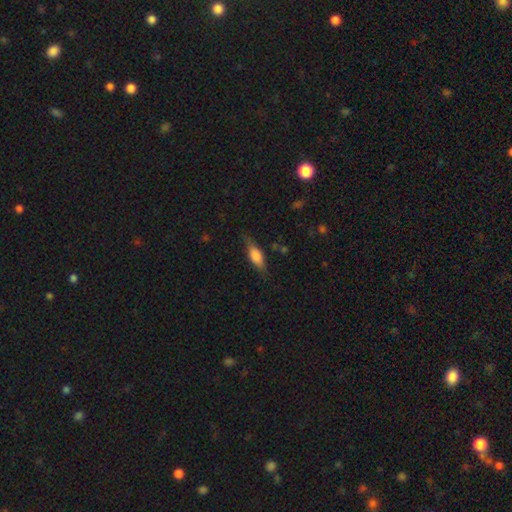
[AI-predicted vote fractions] This appears to be a smooth galaxy with no disk features (66%) that is in between round and cigar-shaped (66%). Merging: none (71%).